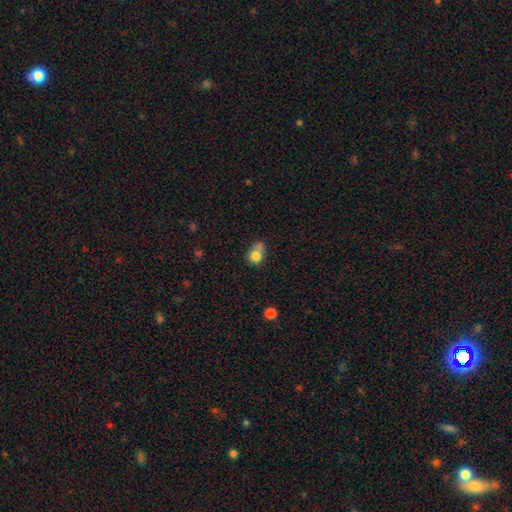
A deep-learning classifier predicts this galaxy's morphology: smooth 79%, featured or disk 11%, star or artifact 11%. Down the decision tree: how rounded — round (64%); merging — none (37%).